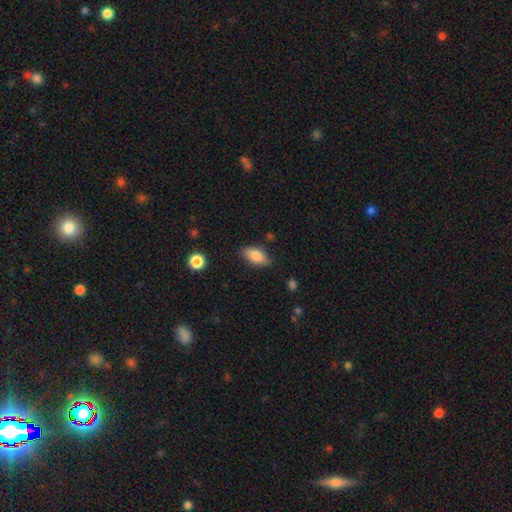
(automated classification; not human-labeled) Q: Smooth or featured?
A: smooth (84%); runner-up: featured or disk (9%)
Q: How rounded?
A: in between (89%); runner-up: cigar-shaped (7%)
Q: Merging?
A: none (81%); runner-up: minor disturbance (14%)